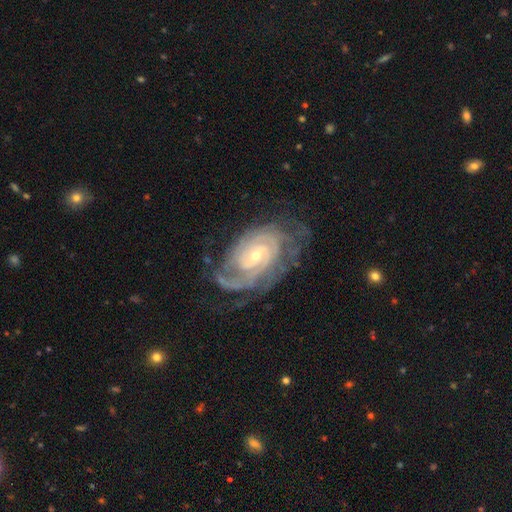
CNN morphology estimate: This appears to be a featured or disk galaxy (90%) with no bar (44%), 2 (30%) tight (72%) spiral arms (97%) and a small central bulge (65%). Merging: none (63%).